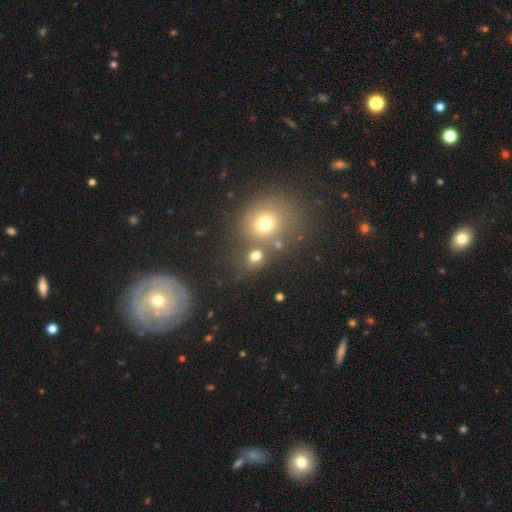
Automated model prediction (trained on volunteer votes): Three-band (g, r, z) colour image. It shows a smooth galaxy with no disk features (72%) that is round (66%). Merging: none (57%).